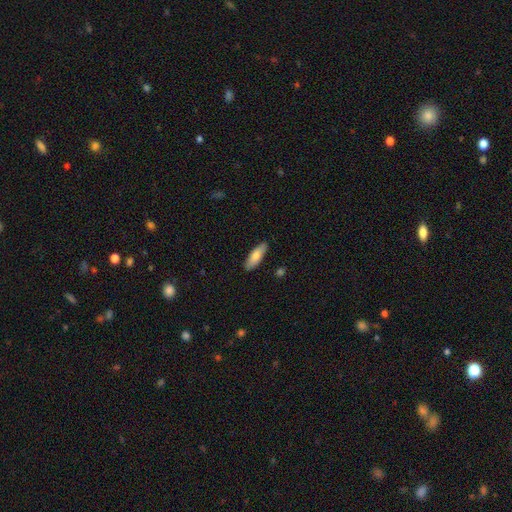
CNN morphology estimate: This appears to be a smooth galaxy with no disk features (77%) that is in between round and cigar-shaped (59%). Merging: none (87%).